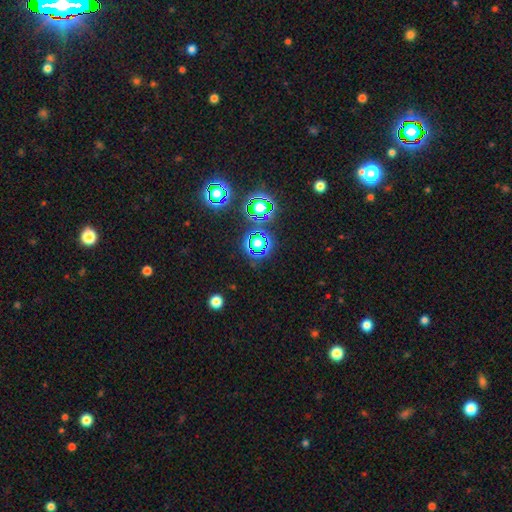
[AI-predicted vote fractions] Smooth or featured? Predicted: star or artifact (p=0.76).